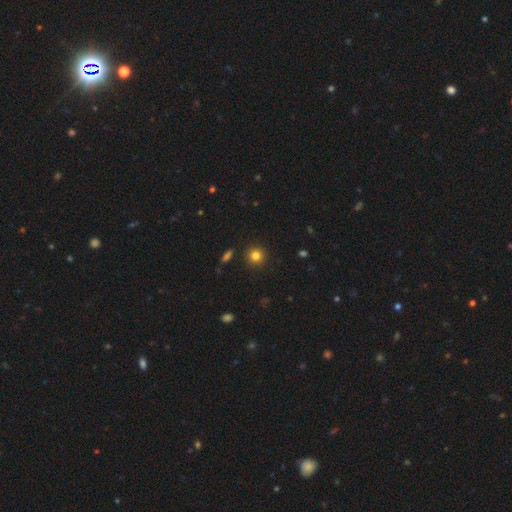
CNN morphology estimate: This is clearly a smooth galaxy (82%). How rounded: clearly round (93%). Merging: clearly none (92%).